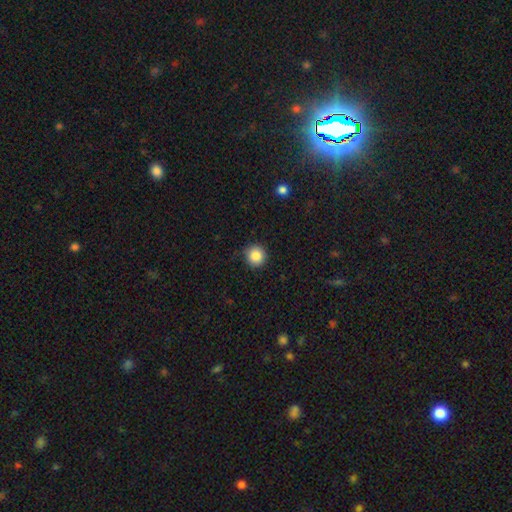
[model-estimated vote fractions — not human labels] smooth-or-featured: smooth: 85% | star or artifact: 10% | featured or disk: 5%
  how-rounded: round: 94% | in between: 5% | cigar-shaped: 1%
  merging: none: 87% | minor disturbance: 10% | major disturbance: 2% | merger: 1%